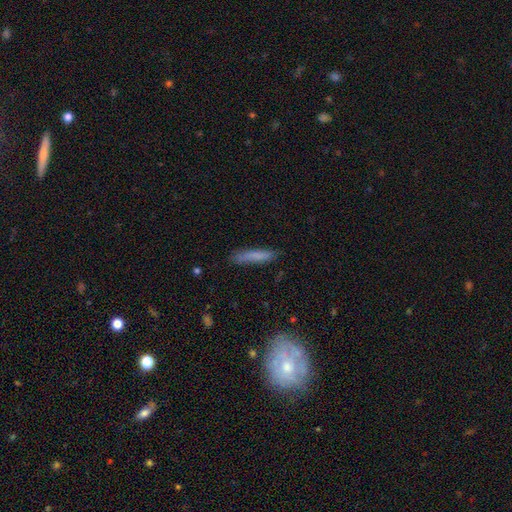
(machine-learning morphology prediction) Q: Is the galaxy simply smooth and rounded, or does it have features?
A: smooth — 76%.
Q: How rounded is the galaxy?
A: cigar-shaped — 91%.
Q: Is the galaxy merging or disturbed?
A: none — 80%.